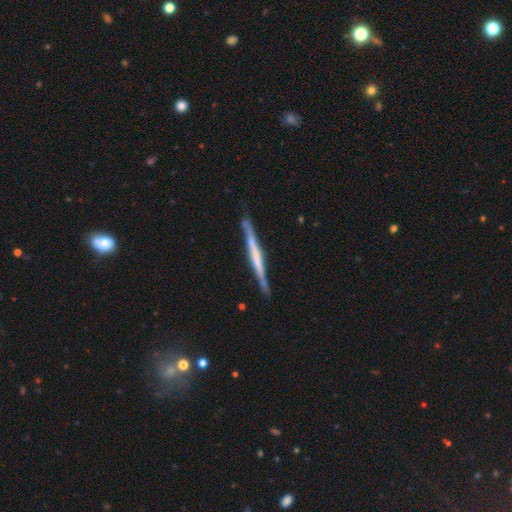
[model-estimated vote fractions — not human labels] smooth-or-featured: featured or disk: 66% | smooth: 28% | star or artifact: 5%
  disk-edge-on: yes: 97% | no: 3%
    edge-on-bulge: none: 63% | boxy: 22% | rounded: 16%
  merging: none: 84% | minor disturbance: 12% | major disturbance: 2% | merger: 2%